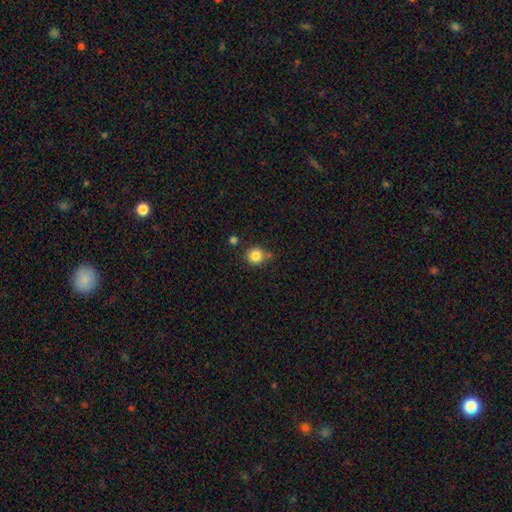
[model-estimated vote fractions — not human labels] Overall: smooth (85%). How rounded: round (88%). Merging: none (74%).